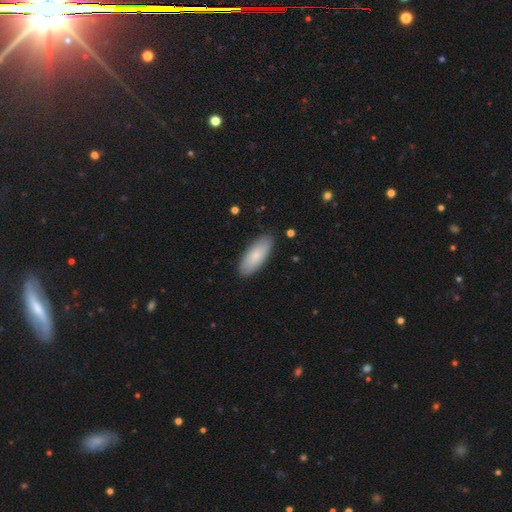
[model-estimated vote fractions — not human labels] smooth-or-featured: smooth: 82% | featured or disk: 13% | star or artifact: 6%
  how-rounded: in between: 80% | cigar-shaped: 19% | round: 2%
  merging: none: 88% | minor disturbance: 9% | major disturbance: 2% | merger: 1%